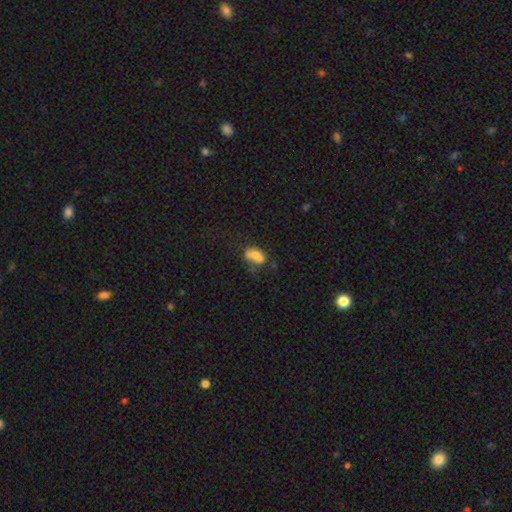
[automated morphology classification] Q: Smooth or featured?
A: smooth (64%); runner-up: featured or disk (24%)
Q: How rounded?
A: in between (83%); runner-up: round (12%)
Q: Merging?
A: none (32%); tied with: merger (32%)